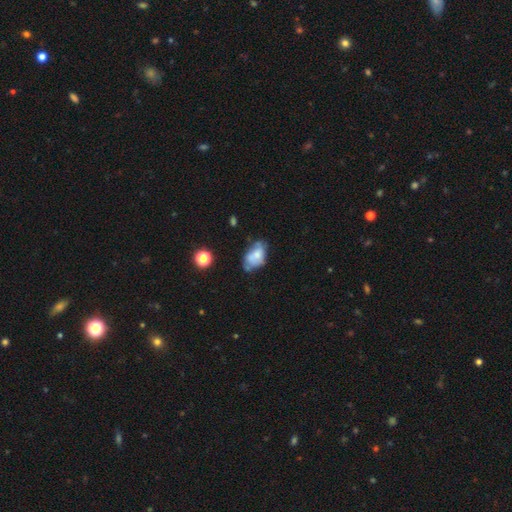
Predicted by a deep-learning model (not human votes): Morphology: type=smooth (55%); roundness=in between (89%); merging=none (39%).